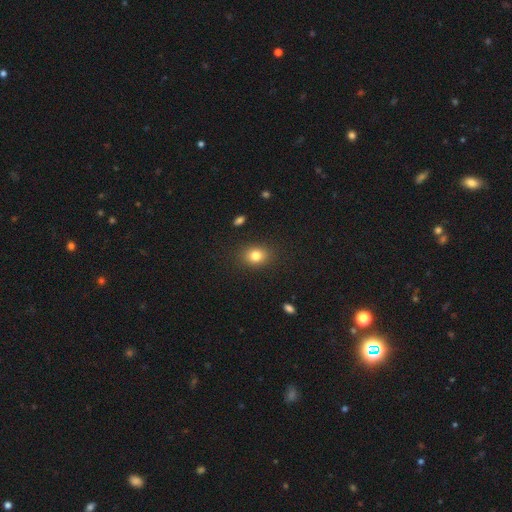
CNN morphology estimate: smooth-or-featured: smooth: 81% | star or artifact: 11% | featured or disk: 8%
  how-rounded: in between: 50% | round: 49% | cigar-shaped: 1%
  merging: none: 87% | minor disturbance: 9% | major disturbance: 3% | merger: 1%